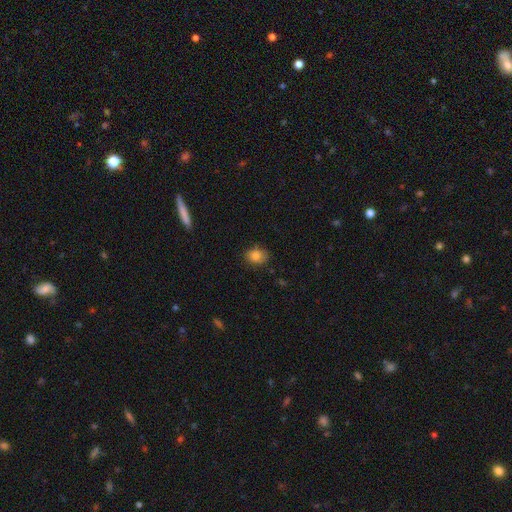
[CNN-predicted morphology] Smooth or featured? Predicted: smooth (p=0.83). How rounded? Predicted: in between (p=0.60). Merging? Predicted: none (p=0.82).